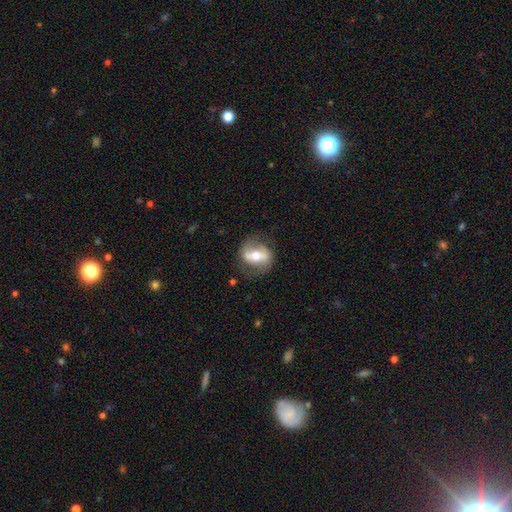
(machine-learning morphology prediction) This is likely a featured or disk galaxy (62%). It is clearly not viewed edge-on (88%). Bar: possibly strong (56%). Spiral arm pattern: possibly yes (60%). Central bulge: likely moderate (68%). Merging: likely none (72%).